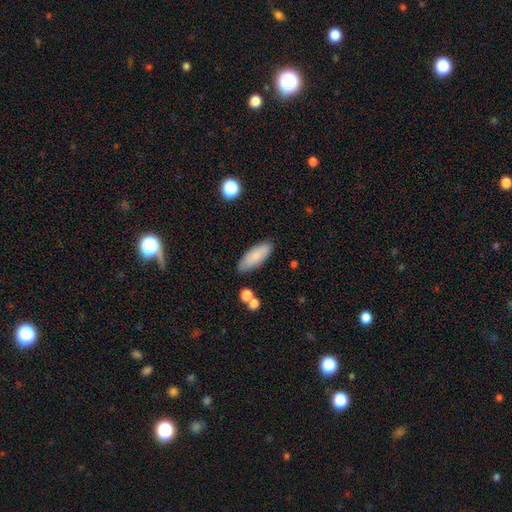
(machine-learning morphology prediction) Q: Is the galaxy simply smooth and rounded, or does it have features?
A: smooth — 79%.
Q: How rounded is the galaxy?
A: in between — 75%.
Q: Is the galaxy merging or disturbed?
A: none — 82%.